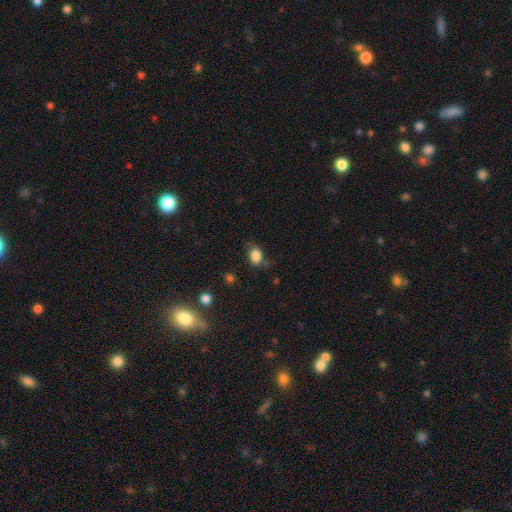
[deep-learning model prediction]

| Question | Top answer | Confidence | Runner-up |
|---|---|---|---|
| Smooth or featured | smooth | 83% | star or artifact (9%) |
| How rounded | in between | 73% | round (25%) |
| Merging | none | 63% | minor disturbance (26%) |